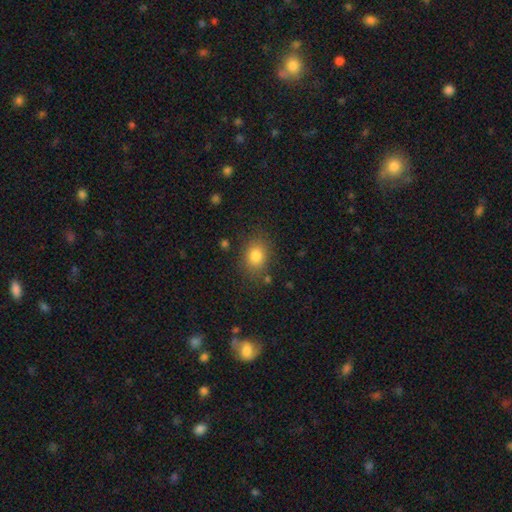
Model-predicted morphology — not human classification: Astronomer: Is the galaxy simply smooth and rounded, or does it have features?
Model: smooth — 82%.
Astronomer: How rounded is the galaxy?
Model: in between — 55% (runner-up: round, 44%).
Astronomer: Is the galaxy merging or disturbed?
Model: none — 80%.